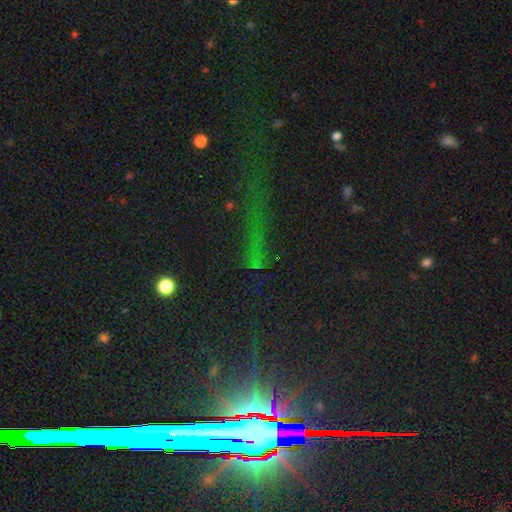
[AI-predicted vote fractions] Overall: star or artifact (71%).